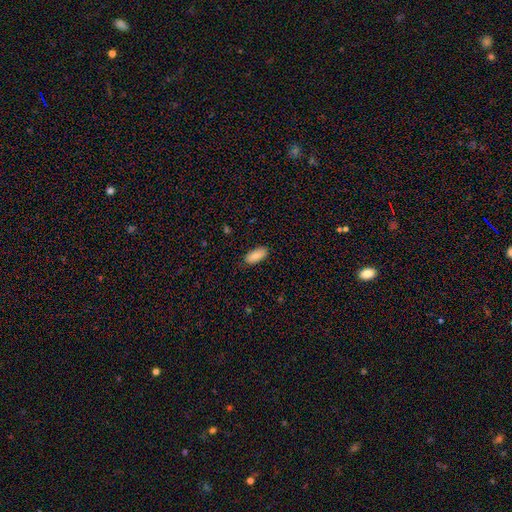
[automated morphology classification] Overall: smooth (87%). How rounded: in between (89%). Merging: none (87%).